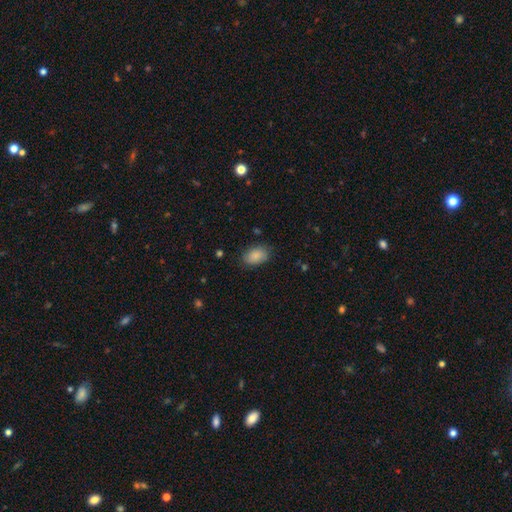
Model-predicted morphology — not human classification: smooth_or_featured: smooth (p=0.87) [alt: star or artifact p=0.07]
how_rounded: in between (p=0.89) [alt: round p=0.10]
merging: none (p=0.81) [alt: minor disturbance p=0.15]